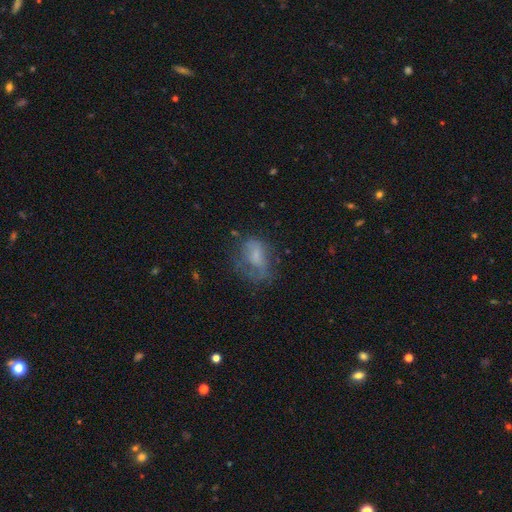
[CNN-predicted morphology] The model was most divided on "merging": none: 40%, major disturbance: 31%, minor disturbance: 26%, merger: 3%. More confident: how rounded — in between (75%); smooth or featured — smooth (52%).